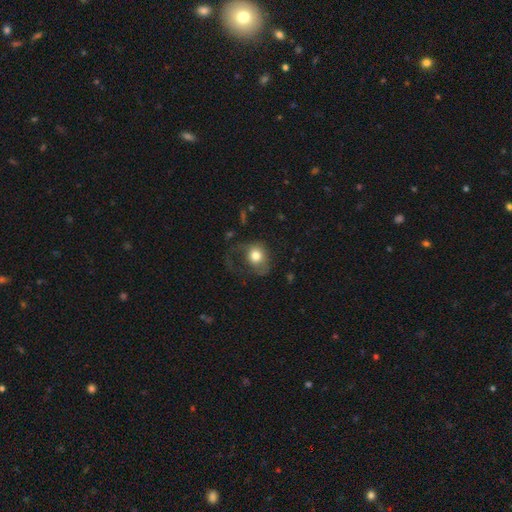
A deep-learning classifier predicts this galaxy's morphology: Smooth or featured?
  - smooth: 70% *
  - featured or disk: 21%
  - star or artifact: 8%
How rounded?
  - round: 59% *
  - in between: 40%
  - cigar-shaped: 1%
Merging?
  - major disturbance: 50% *
  - none: 27%
  - minor disturbance: 20%
  - merger: 2%